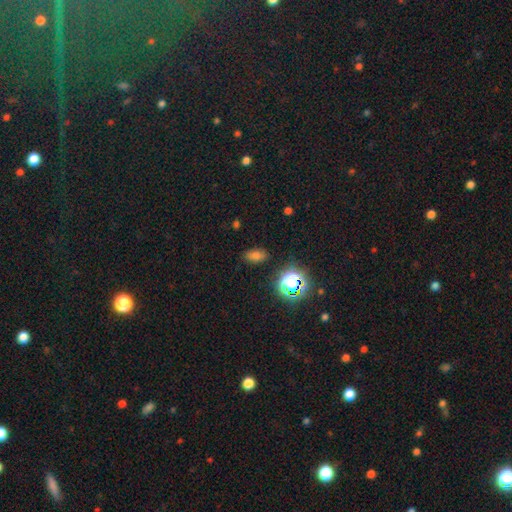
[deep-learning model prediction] Smooth or featured?
  - smooth: 63% *
  - star or artifact: 30%
  - featured or disk: 7%
How rounded?
  - in between: 82% *
  - round: 14%
  - cigar-shaped: 4%
Merging?
  - none: 85% *
  - minor disturbance: 10%
  - major disturbance: 3%
  - merger: 2%